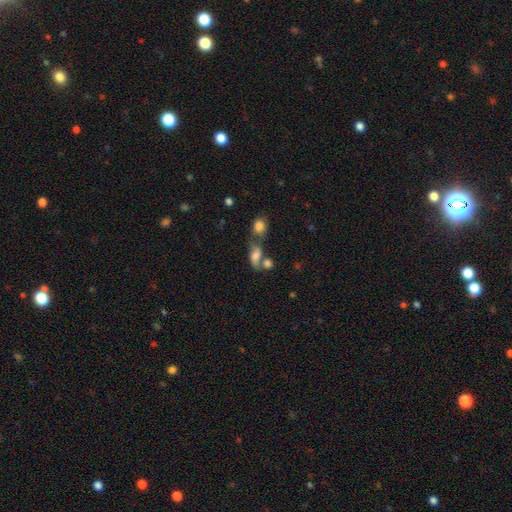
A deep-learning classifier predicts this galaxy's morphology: Overall: smooth (60%; featured or disk 26%). How rounded: in between (76%). Merging: merger (44%; none 30%).